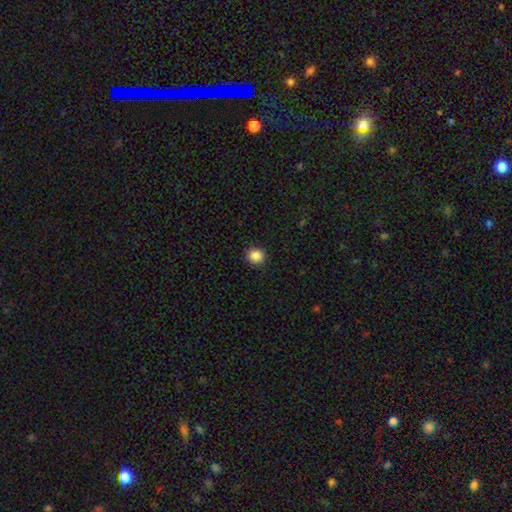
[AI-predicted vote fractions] Morphology: type=smooth (86%); roundness=round (93%); merging=none (92%).